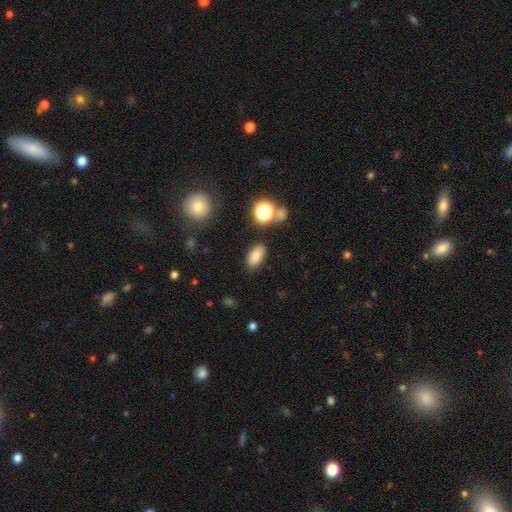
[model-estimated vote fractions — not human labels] smooth-or-featured: smooth: 78% | star or artifact: 12% | featured or disk: 10%
  how-rounded: in between: 89% | round: 7% | cigar-shaped: 4%
  merging: none: 85% | minor disturbance: 9% | merger: 3% | major disturbance: 3%